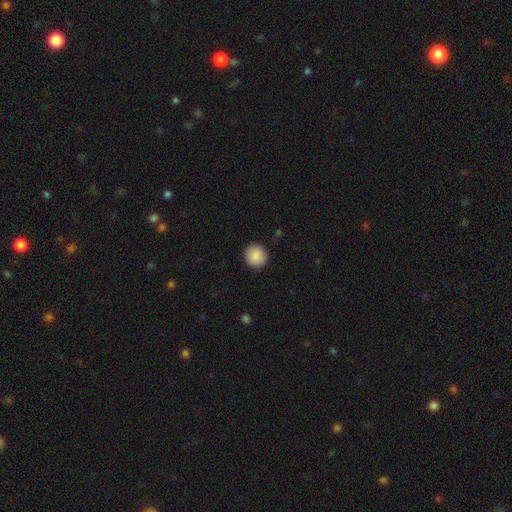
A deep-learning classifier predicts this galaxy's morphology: A smooth galaxy with no disk features (89%) that is round (93%). Merging: none (92%).